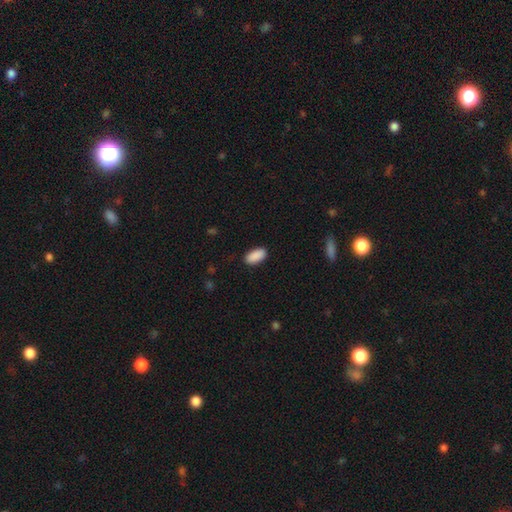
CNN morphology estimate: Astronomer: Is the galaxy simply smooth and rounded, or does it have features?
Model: smooth — 91%.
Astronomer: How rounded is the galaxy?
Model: in between — 92%.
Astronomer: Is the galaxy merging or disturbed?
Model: none — 88%.